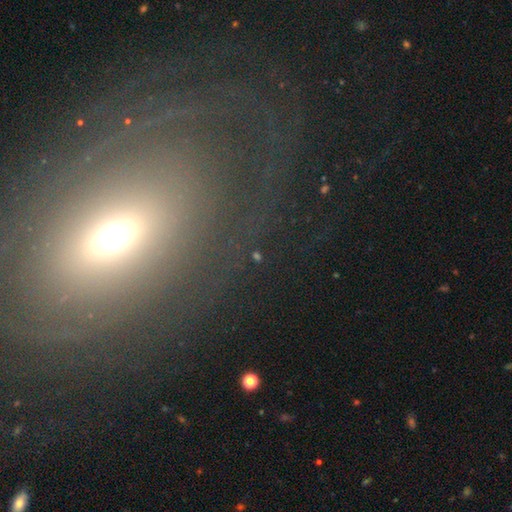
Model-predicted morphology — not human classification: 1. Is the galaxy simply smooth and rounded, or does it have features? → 61% star or artifact, 22% smooth, 17% featured or disk.